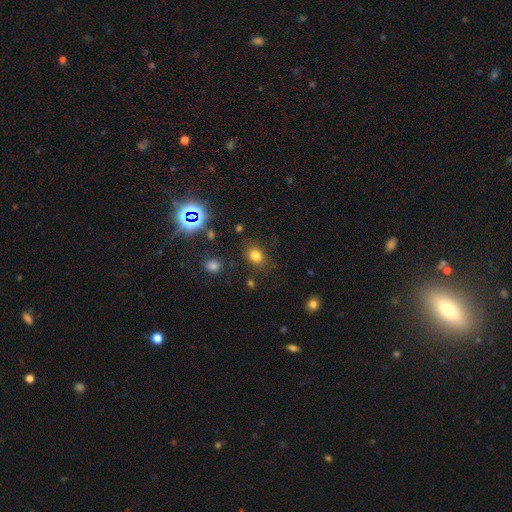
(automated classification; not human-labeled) Smooth or featured: smooth — 76% (star or artifact — 17%)
How rounded: round — 52% (in between — 47%)
Merging: none — 81% (minor disturbance — 12%)